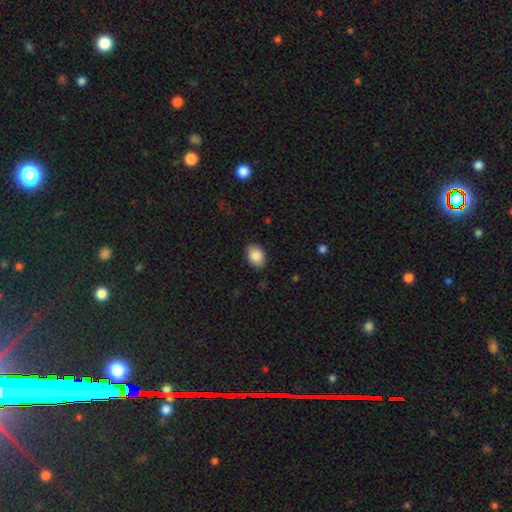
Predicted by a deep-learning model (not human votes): Smooth or featured? Predicted: smooth (p=0.86). How rounded? Predicted: in between (p=0.81). Merging? Predicted: none (p=0.87).